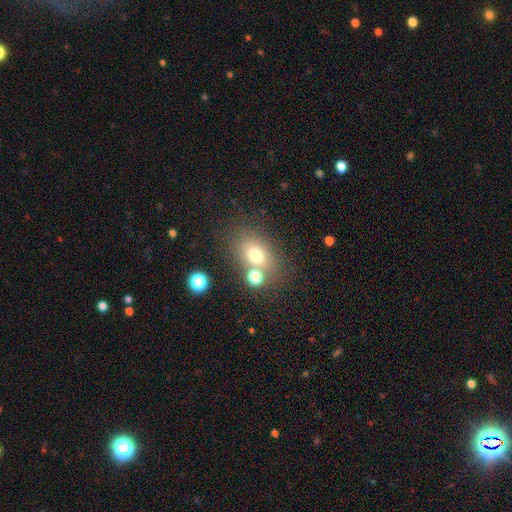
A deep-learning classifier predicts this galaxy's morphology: Smooth or featured? Predicted: smooth (p=0.70). How rounded? Predicted: in between (p=0.62). Merging? Predicted: none (p=0.62).